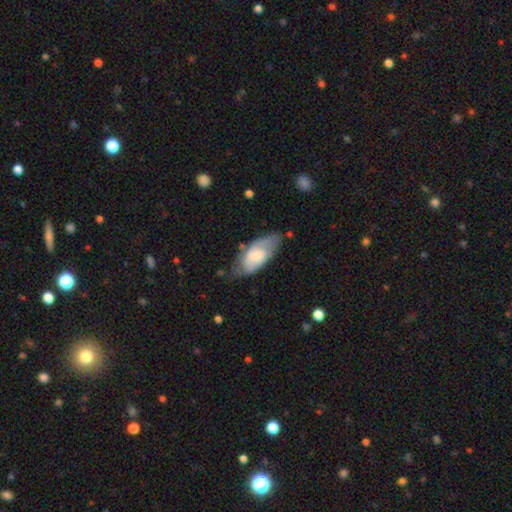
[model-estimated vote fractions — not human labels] Overall: smooth (52%; featured or disk 42%). How rounded: in between (89%). Merging: none (55%; minor disturbance 30%).